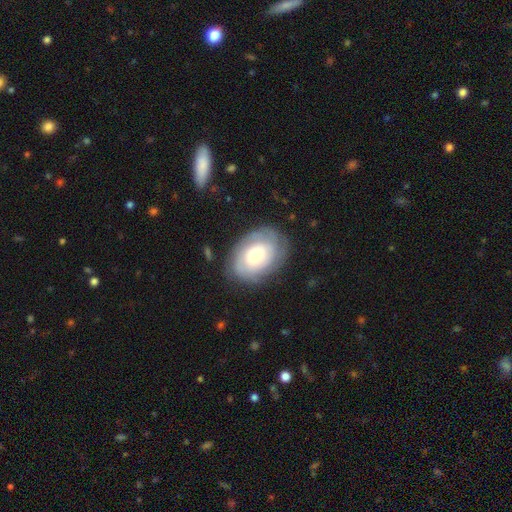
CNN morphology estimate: smooth_or_featured: featured or disk (p=0.54) [alt: smooth p=0.39]
disk_edge_on: no (p=0.95) [alt: yes p=0.05]
bar: no (p=0.76) [alt: weak p=0.19]
has_spiral_arms: yes (p=0.73) [alt: no p=0.27]
bulge_size: moderate (p=0.59) [alt: small p=0.23]
merging: none (p=0.77) [alt: minor disturbance p=0.16]